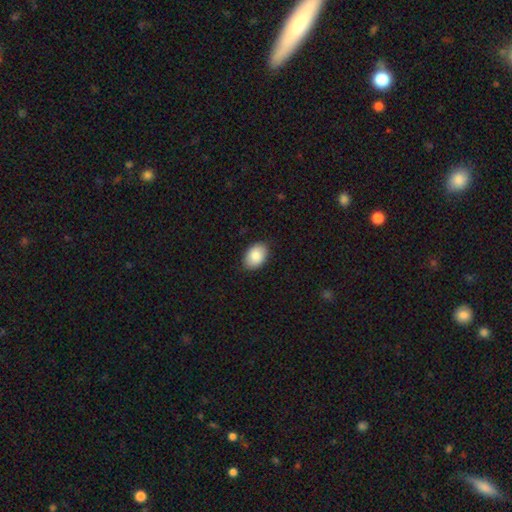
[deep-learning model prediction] Q: Smooth or featured?
A: smooth (87%); runner-up: star or artifact (6%)
Q: How rounded?
A: in between (86%); runner-up: round (13%)
Q: Merging?
A: none (87%); runner-up: minor disturbance (10%)